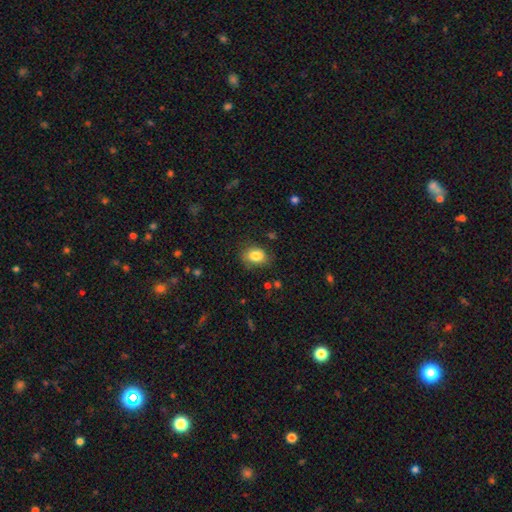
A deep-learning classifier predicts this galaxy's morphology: smooth-or-featured: smooth: 83% | star or artifact: 9% | featured or disk: 8%
  how-rounded: in between: 66% | round: 33% | cigar-shaped: 1%
  merging: none: 77% | minor disturbance: 17% | major disturbance: 5% | merger: 1%